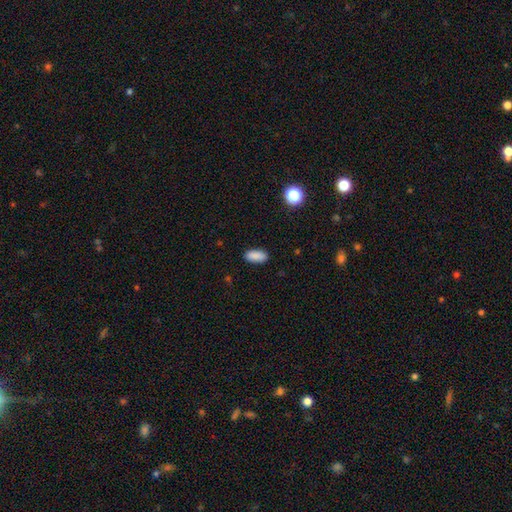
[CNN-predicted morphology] This appears to be a smooth galaxy with no disk features (88%) that is in between round and cigar-shaped (90%). Merging: none (88%).